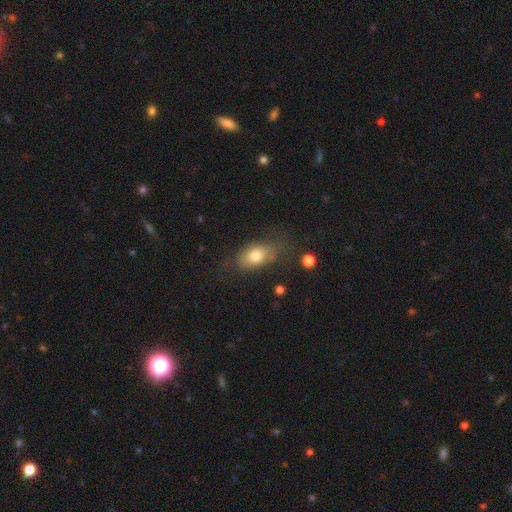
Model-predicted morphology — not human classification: Smooth or featured?
  - smooth: 77% *
  - featured or disk: 14%
  - star or artifact: 8%
How rounded?
  - in between: 85% *
  - round: 12%
  - cigar-shaped: 3%
Merging?
  - none: 63% *
  - minor disturbance: 23%
  - major disturbance: 11%
  - merger: 3%